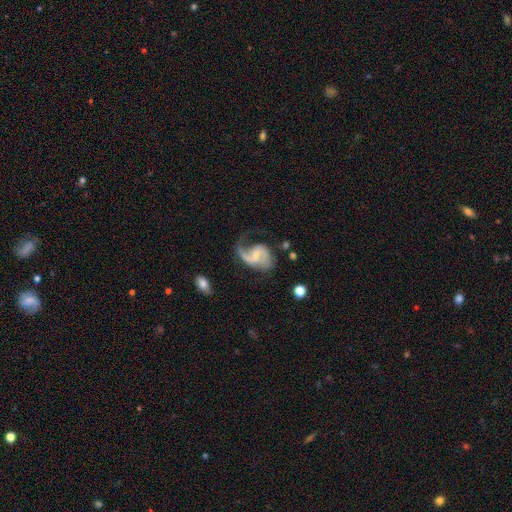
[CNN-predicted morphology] A featured or disk galaxy (83%) with a weak bar (52%), 2 (59%) loose (49%) spiral arms (94%) and a small central bulge (48%). Merging: none (38%).